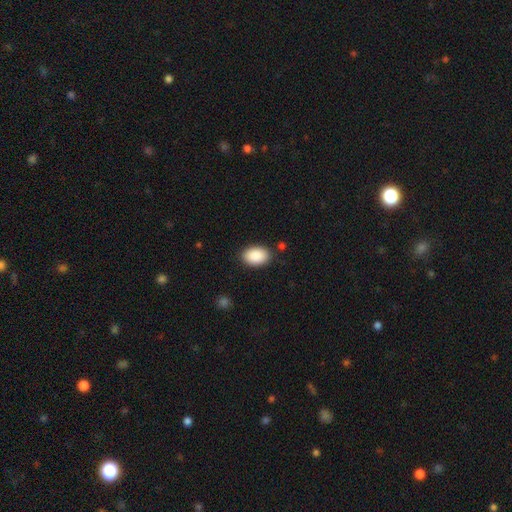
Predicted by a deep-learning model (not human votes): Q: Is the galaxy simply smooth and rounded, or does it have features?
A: smooth — 90%.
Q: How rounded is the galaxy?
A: in between — 90%.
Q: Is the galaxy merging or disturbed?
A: none — 87%.